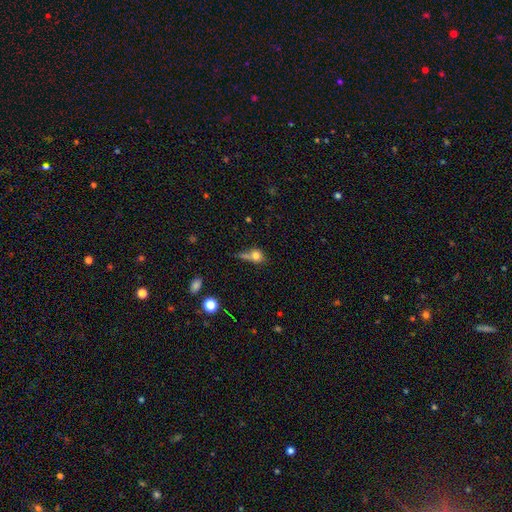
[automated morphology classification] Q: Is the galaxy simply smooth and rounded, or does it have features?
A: smooth — 73%.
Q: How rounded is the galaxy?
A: round — 63%.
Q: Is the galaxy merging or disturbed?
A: none — 36%.